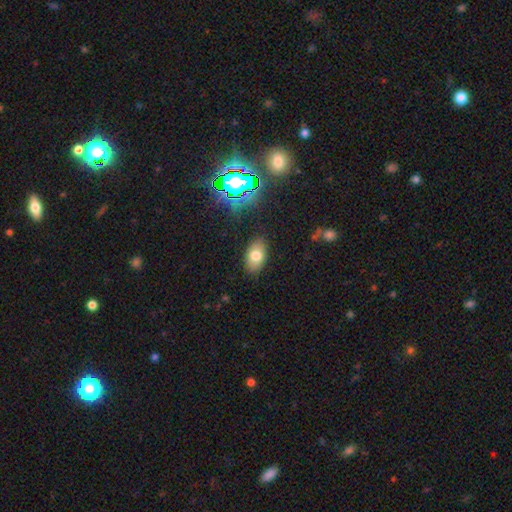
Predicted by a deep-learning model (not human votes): The model was most divided on "smooth or featured": smooth: 75%, featured or disk: 13%, star or artifact: 12%. More confident: how rounded — in between (91%); merging — none (86%).